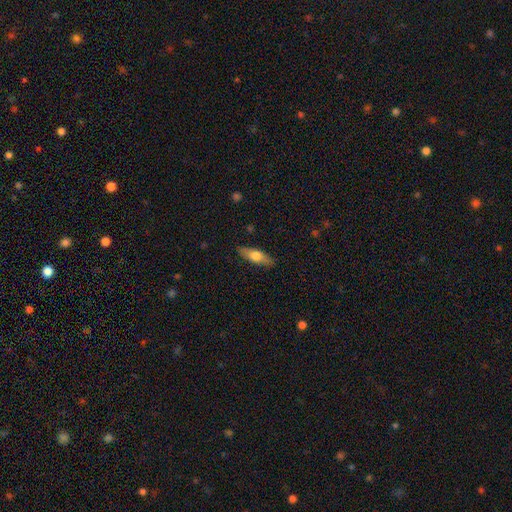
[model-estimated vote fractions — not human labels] Smooth or featured? Predicted: smooth (p=0.61). How rounded? Predicted: in between (p=0.54). Merging? Predicted: none (p=0.87).